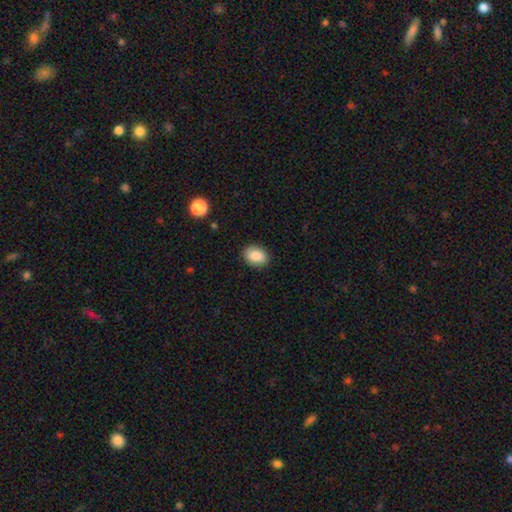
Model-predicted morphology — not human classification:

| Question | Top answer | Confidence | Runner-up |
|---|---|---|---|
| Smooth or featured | smooth | 87% | star or artifact (8%) |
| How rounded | in between | 73% | round (26%) |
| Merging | none | 89% | minor disturbance (8%) |